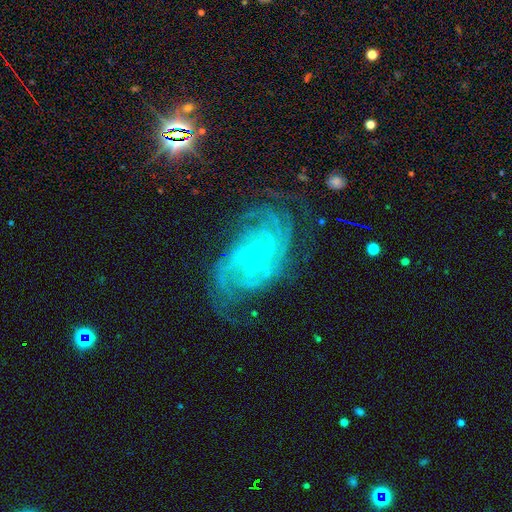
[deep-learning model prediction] featured or disk 89%, star or artifact 7%, smooth 5%. Down the decision tree: edge-on disk — no (97%); bar — no (72%); spiral arms — yes (98%); spiral arm count — 4 (24%); spiral winding — tight (72%); bulge size — small (87%); merging — none (70%).